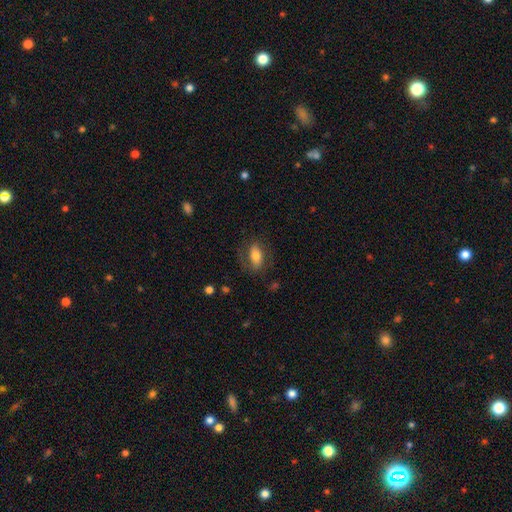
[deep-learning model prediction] smooth_or_featured: smooth (p=0.61) [alt: featured or disk p=0.31]
how_rounded: in between (p=0.85) [alt: round p=0.08]
merging: none (p=0.69) [alt: minor disturbance p=0.18]